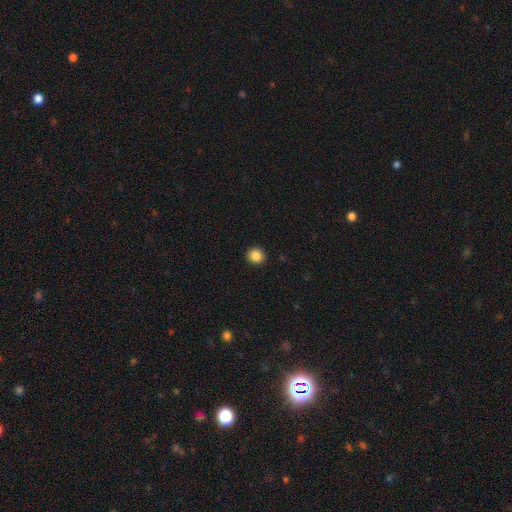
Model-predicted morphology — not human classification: Overall: smooth (87%). How rounded: round (89%). Merging: none (93%).